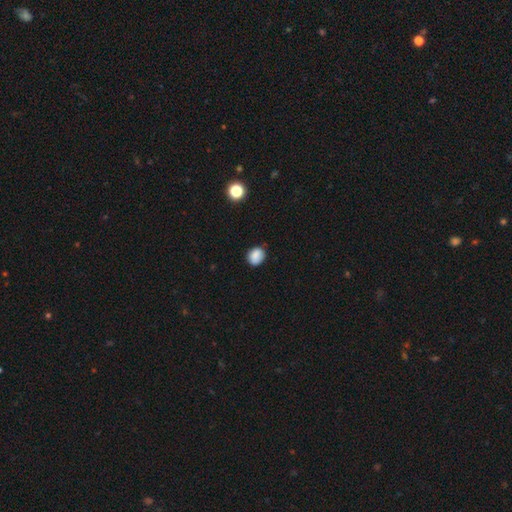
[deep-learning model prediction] The model was most divided on "how rounded": round: 60%, in between: 39%, cigar-shaped: 1%. More confident: smooth or featured — smooth (85%); merging — none (79%).